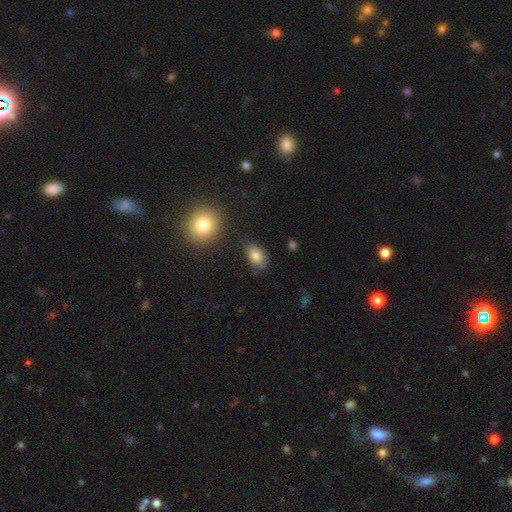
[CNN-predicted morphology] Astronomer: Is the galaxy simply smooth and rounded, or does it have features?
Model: smooth — 84%.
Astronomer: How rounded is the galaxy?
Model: in between — 88%.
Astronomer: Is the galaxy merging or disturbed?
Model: none — 73%.